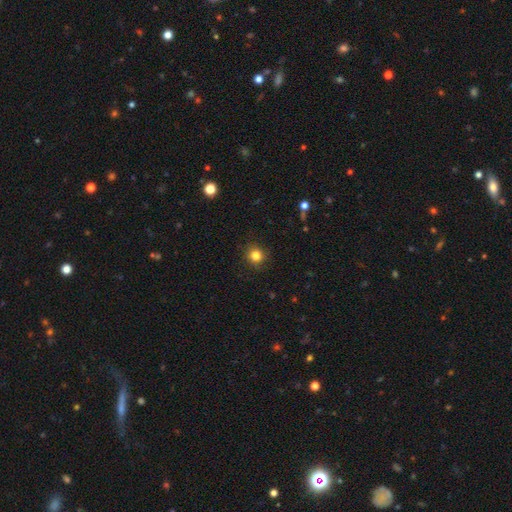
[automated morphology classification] Smooth or featured? Predicted: smooth (p=0.83). How rounded? Predicted: round (p=0.90). Merging? Predicted: none (p=0.89).